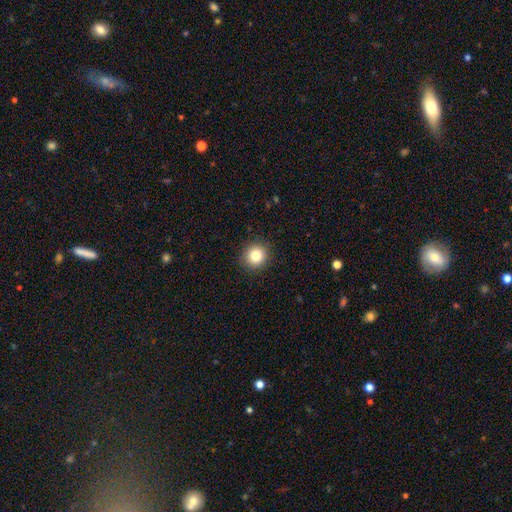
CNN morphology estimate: Q: Smooth or featured?
A: smooth (82%); runner-up: star or artifact (11%)
Q: How rounded?
A: round (88%); runner-up: in between (12%)
Q: Merging?
A: none (91%); runner-up: minor disturbance (6%)